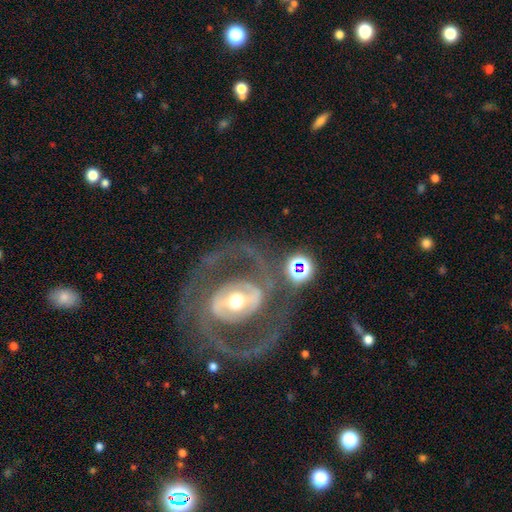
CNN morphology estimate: smooth_or_featured: featured or disk (p=0.85) [alt: smooth p=0.09]
disk_edge_on: no (p=0.96) [alt: yes p=0.04]
bar: no (p=0.41) [alt: weak p=0.30]
has_spiral_arms: yes (p=0.78) [alt: no p=0.22]
spiral_winding: medium (p=0.44) [alt: tight p=0.41]
spiral_arm_count: 2 (p=0.80) [alt: can't tell p=0.09]
bulge_size: moderate (p=0.57) [alt: small p=0.30]
merging: none (p=0.72) [alt: minor disturbance p=0.13]